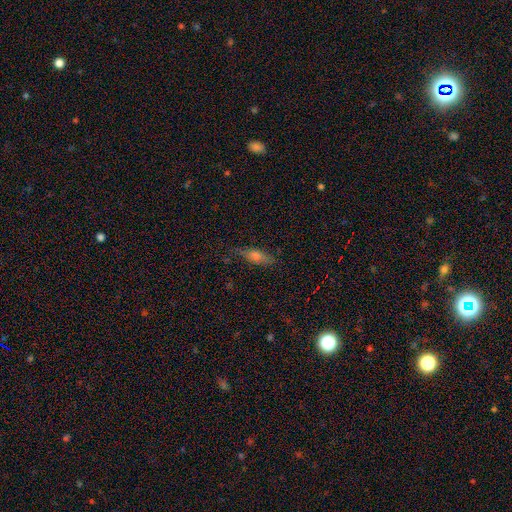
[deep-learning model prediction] smooth 49%, featured or disk 38%, star or artifact 13%. Down the decision tree: merging — none (78%).